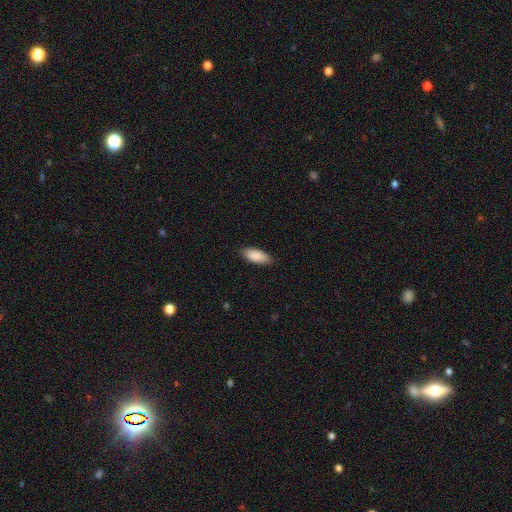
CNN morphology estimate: The model was most divided on "how rounded": in between: 83%, cigar-shaped: 16%, round: 2%. More confident: smooth or featured — smooth (89%); merging — none (84%).